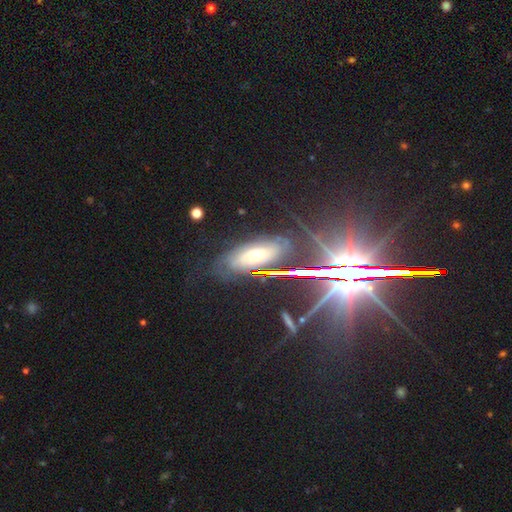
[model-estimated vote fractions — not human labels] The model was most divided on "smooth or featured" (2-way tie): star or artifact: 39%, featured or disk: 39%, smooth: 22%.